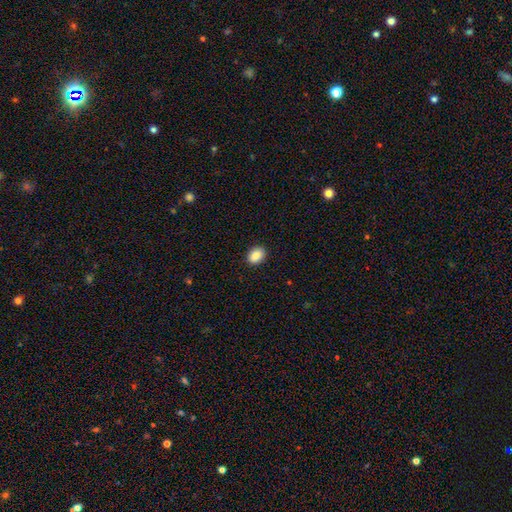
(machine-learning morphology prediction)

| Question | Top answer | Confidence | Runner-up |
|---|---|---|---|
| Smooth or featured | smooth | 90% | star or artifact (8%) |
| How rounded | in between | 67% | round (32%) |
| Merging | none | 90% | minor disturbance (7%) |